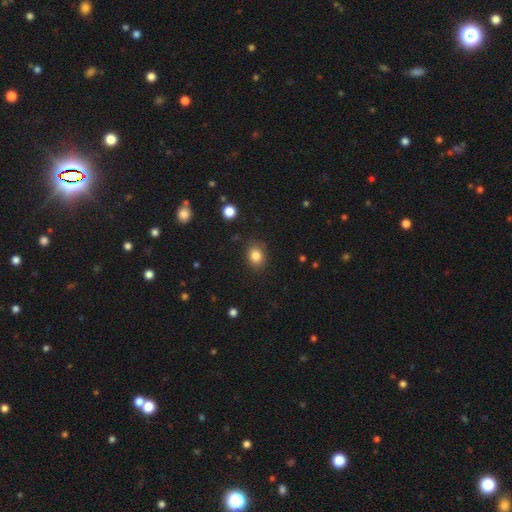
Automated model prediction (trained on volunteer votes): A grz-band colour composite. It shows a smooth galaxy with no disk features (84%) that is round (51%). Merging: none (84%).